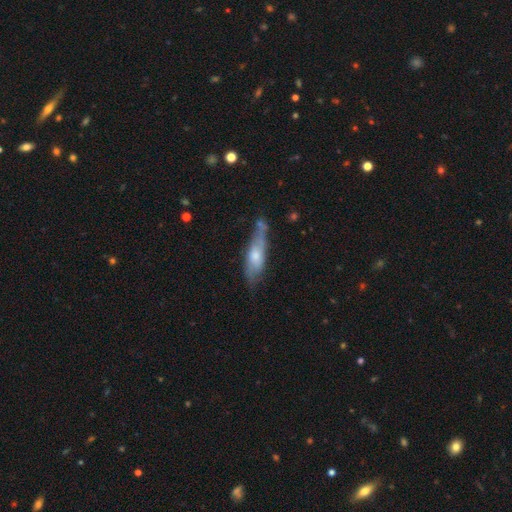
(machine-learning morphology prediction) Smooth or featured: smooth — 49% (featured or disk — 44%)
Merging: none — 51% (minor disturbance — 30%)